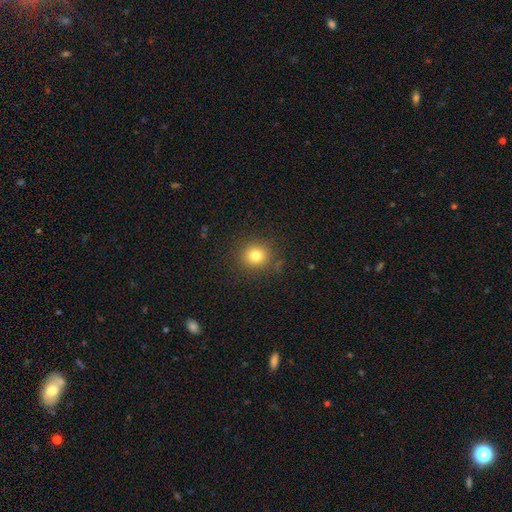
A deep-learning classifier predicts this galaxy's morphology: A smooth galaxy with no disk features (79%) that is round (86%).

Vote fractions:
- Smooth or featured? smooth: 79% / star or artifact: 13% / featured or disk: 8%
- How rounded? round: 86% / in between: 13% / cigar-shaped: 1%
- Merging? none: 86% / minor disturbance: 9% / major disturbance: 3% / merger: 1%